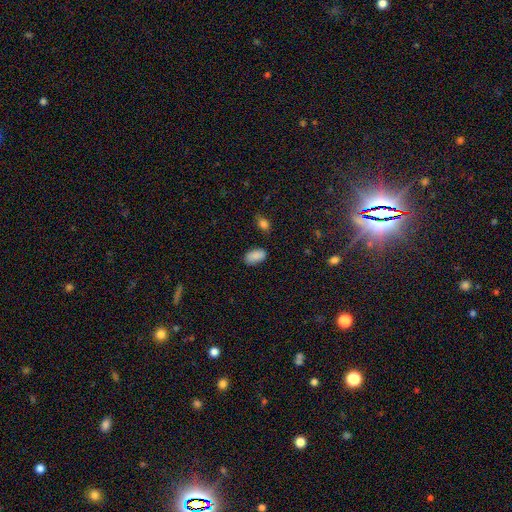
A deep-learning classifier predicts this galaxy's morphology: The model was most divided on "merging": none: 81%, minor disturbance: 14%, major disturbance: 3%, merger: 2%. More confident: how rounded — in between (94%); smooth or featured — smooth (88%).